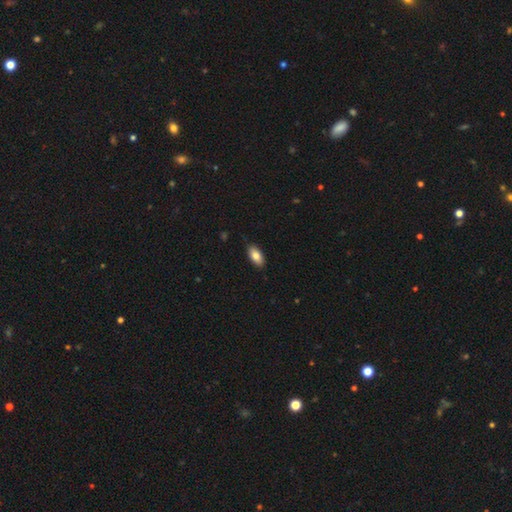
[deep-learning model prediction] smooth_or_featured: smooth (p=0.84) [alt: featured or disk p=0.10]
how_rounded: in between (p=0.92) [alt: cigar-shaped p=0.06]
merging: none (p=0.88) [alt: minor disturbance p=0.09]